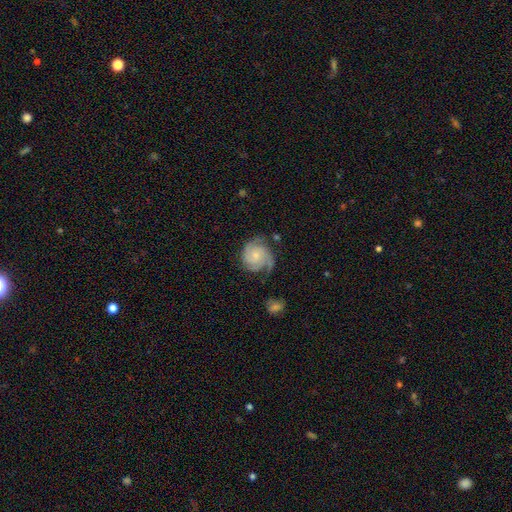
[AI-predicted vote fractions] Smooth or featured? Predicted: featured or disk (p=0.82). Edge-on disk? Predicted: no (p=0.98). Bar? Predicted: no (p=0.74). Spiral arms? Predicted: yes (p=0.97). Spiral winding? Predicted: tight (p=0.56). Spiral arm count? Predicted: 3 (p=0.36, tied with 2). Bulge size? Predicted: small (p=0.59). Merging? Predicted: none (p=0.63).